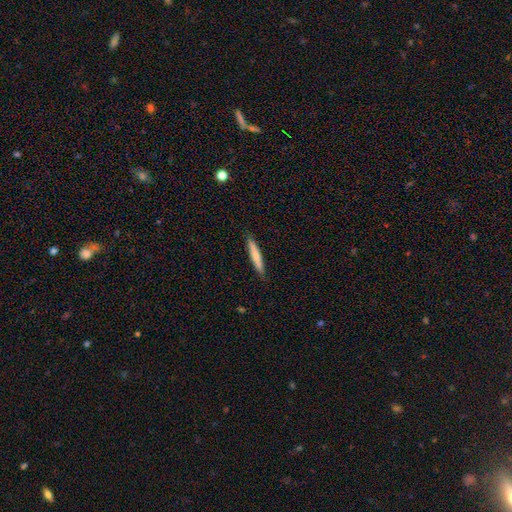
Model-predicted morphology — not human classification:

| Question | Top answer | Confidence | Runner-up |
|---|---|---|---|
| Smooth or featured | smooth | 71% | featured or disk (24%) |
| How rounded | cigar-shaped | 93% | in between (5%) |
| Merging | none | 88% | minor disturbance (9%) |